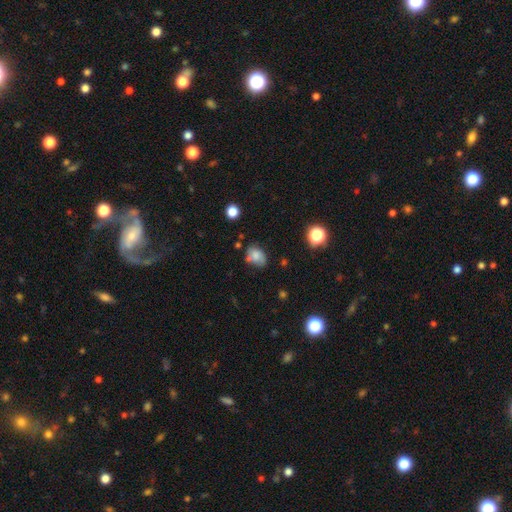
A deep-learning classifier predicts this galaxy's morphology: Overall: smooth (71%). How rounded: in between (68%; round 30%). Merging: none (50%; minor disturbance 31%).